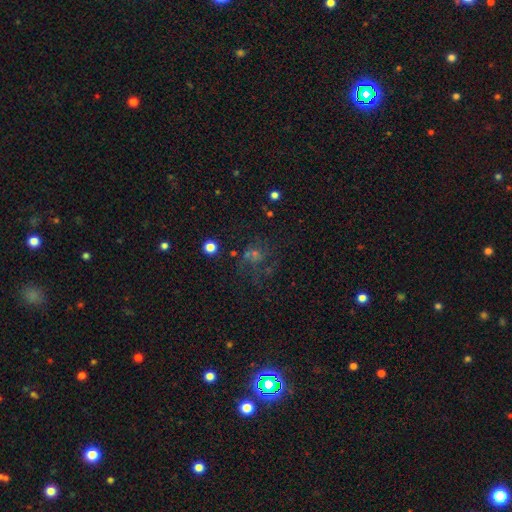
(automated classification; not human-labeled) Smooth or featured?
  - star or artifact: 52% *
  - smooth: 27%
  - featured or disk: 21%